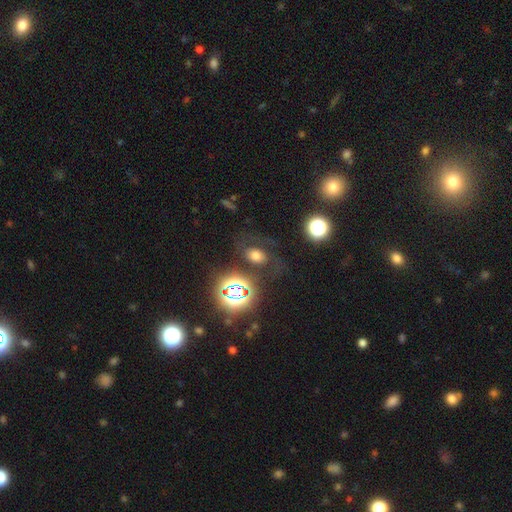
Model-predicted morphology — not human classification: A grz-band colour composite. It shows a smooth galaxy with no disk features (50%). Merging: none (66%).